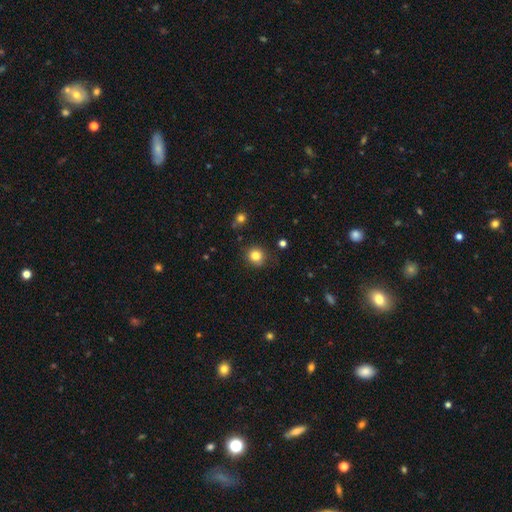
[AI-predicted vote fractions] Overall: smooth (82%). How rounded: round (88%). Merging: none (86%).